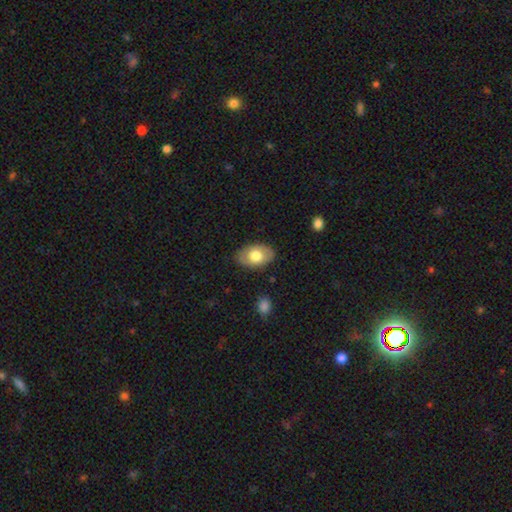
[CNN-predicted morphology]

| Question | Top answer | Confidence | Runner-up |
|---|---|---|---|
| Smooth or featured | smooth | 68% | featured or disk (26%) |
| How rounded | in between | 90% | round (9%) |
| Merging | none | 83% | minor disturbance (13%) |